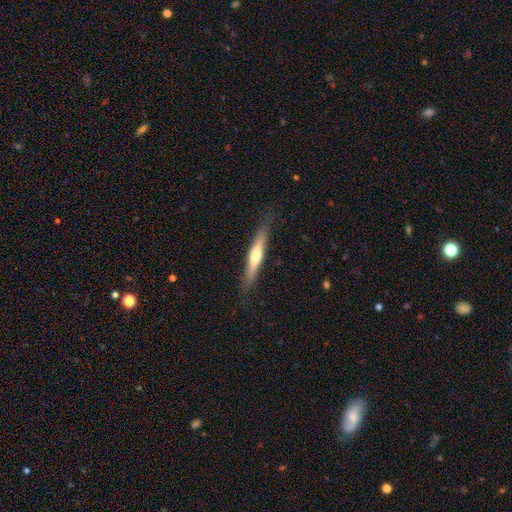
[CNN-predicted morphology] Smooth or featured? Predicted: smooth (p=0.48). Merging? Predicted: none (p=0.84).